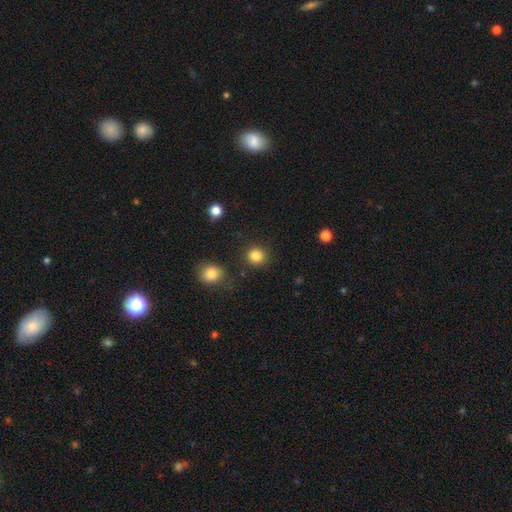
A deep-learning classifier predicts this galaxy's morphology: This is clearly a smooth galaxy (85%). How rounded: clearly round (91%). Merging: clearly none (86%).